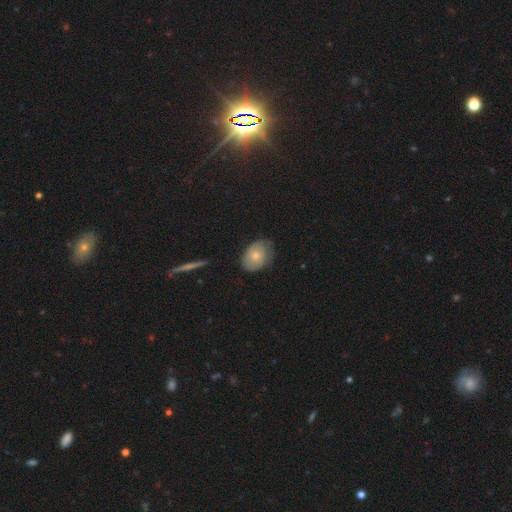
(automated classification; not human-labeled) This is likely a smooth galaxy (65%). How rounded: likely in between (71%). Merging: likely none (65%).